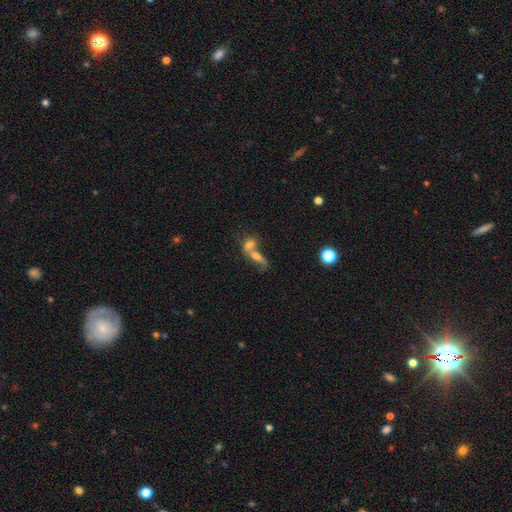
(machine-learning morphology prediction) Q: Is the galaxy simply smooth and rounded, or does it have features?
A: smooth — 50%.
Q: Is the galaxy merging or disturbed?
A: merger — 66%.